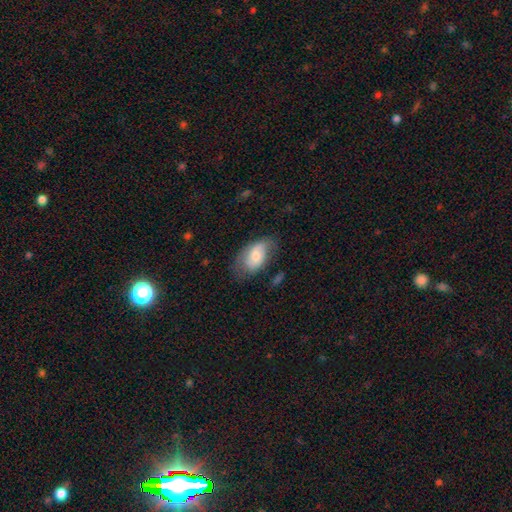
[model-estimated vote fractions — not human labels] Q: Smooth or featured?
A: smooth (65%); runner-up: featured or disk (28%)
Q: How rounded?
A: in between (92%); runner-up: round (7%)
Q: Merging?
A: none (56%); runner-up: minor disturbance (29%)